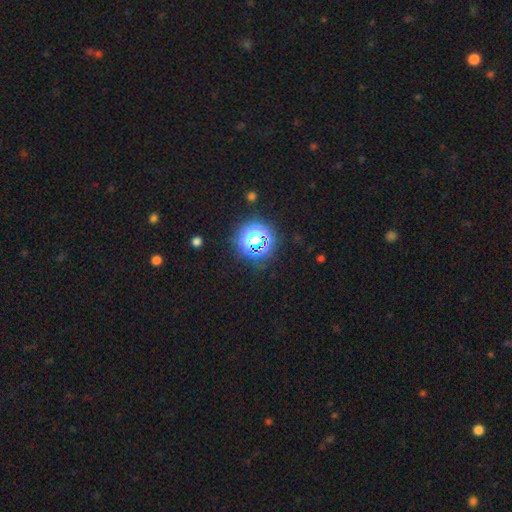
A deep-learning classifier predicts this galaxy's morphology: A star or artifact, not a galaxy (71%).

Vote fractions:
- Smooth or featured? star or artifact: 71% / smooth: 21% / featured or disk: 8%